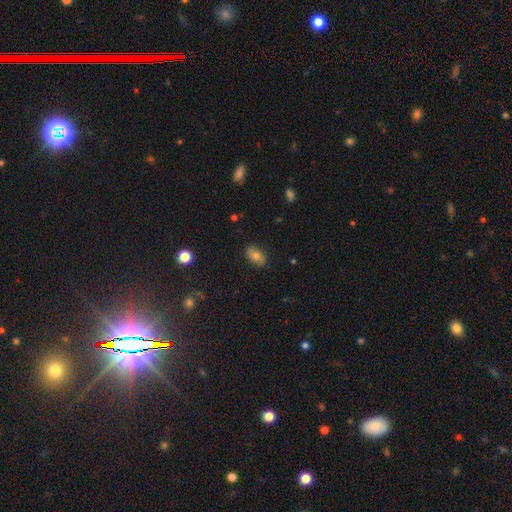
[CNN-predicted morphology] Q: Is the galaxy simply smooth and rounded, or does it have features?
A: smooth — 73%.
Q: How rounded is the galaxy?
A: in between — 88%.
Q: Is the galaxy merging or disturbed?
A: none — 86%.